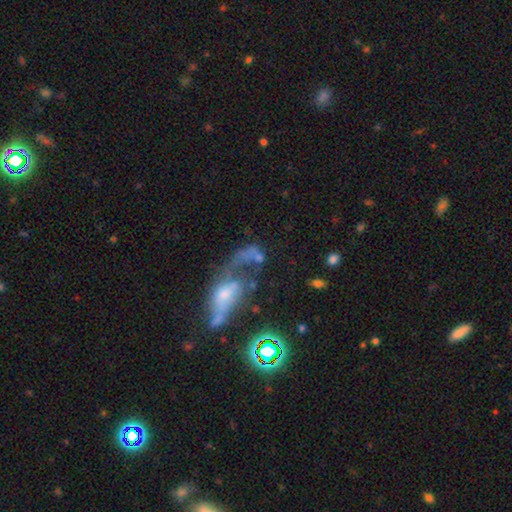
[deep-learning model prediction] featured or disk 44%, smooth 36%, star or artifact 19%. Down the decision tree: merging — major disturbance (37%).